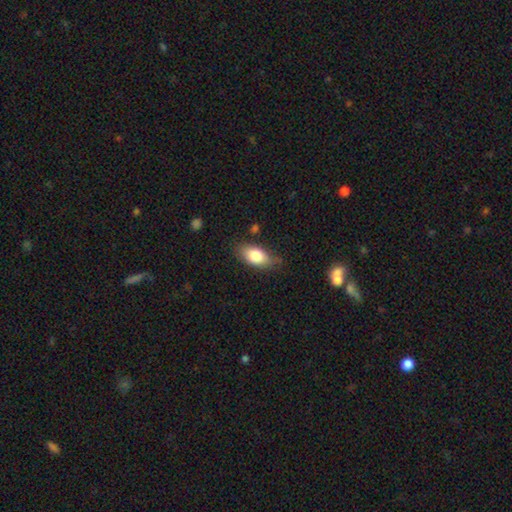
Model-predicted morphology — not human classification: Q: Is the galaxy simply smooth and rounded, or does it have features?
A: smooth — 79%.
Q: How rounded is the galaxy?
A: in between — 88%.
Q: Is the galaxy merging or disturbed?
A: none — 73%.